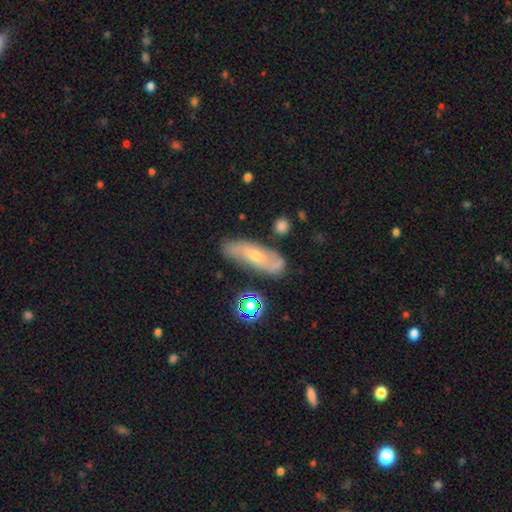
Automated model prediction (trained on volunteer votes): featured or disk 60%, smooth 28%, star or artifact 12%. Down the decision tree: edge-on disk — no (76%); merging — none (75%).